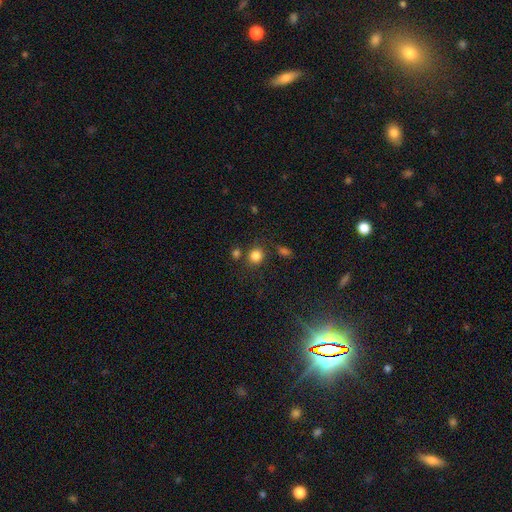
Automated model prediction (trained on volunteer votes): A smooth galaxy with no disk features (83%) that is round (83%). Merging: none (76%).